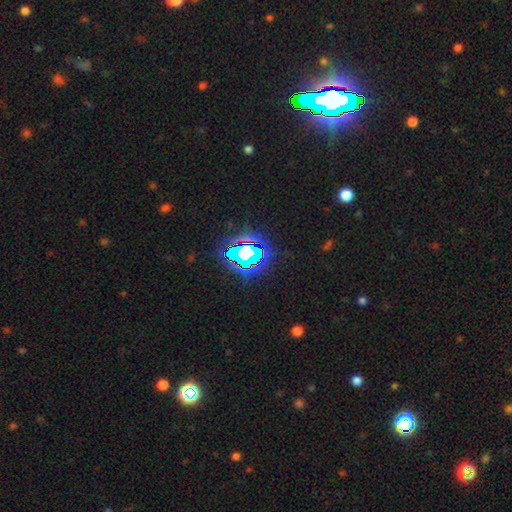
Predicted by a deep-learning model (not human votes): smooth_or_featured: star or artifact (p=0.77) [alt: smooth p=0.13]